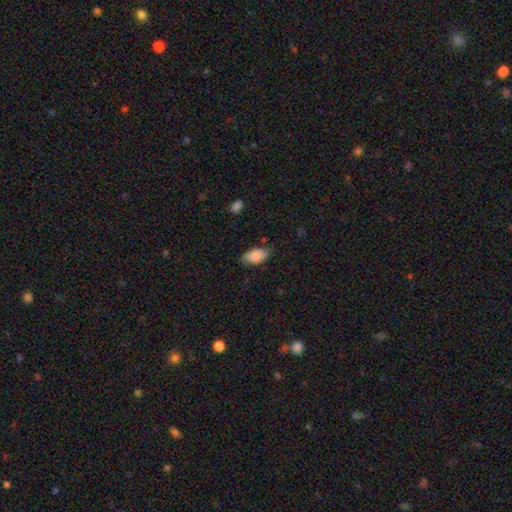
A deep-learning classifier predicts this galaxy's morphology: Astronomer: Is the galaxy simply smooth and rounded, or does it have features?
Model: smooth — 86%.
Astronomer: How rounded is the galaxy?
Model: in between — 93%.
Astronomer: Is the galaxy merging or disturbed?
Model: none — 71%.